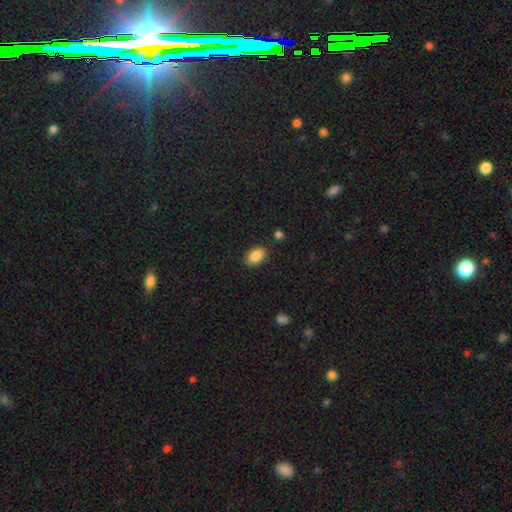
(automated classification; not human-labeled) Smooth or featured? smooth (88%)
How rounded? in between (91%)
Merging? none (85%)